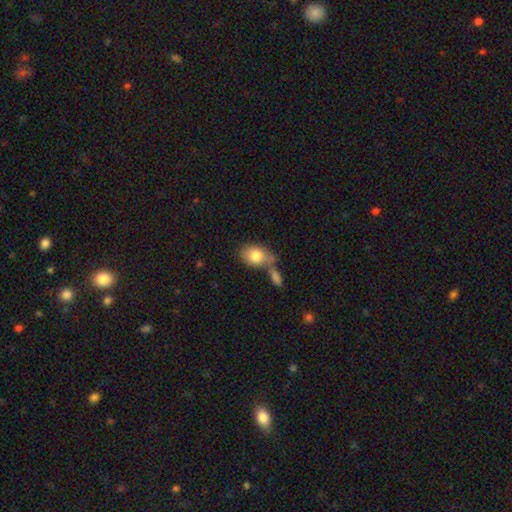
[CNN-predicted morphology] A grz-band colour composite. It shows a smooth galaxy with no disk features (81%) that is in between round and cigar-shaped (69%). Merging: none (42%).